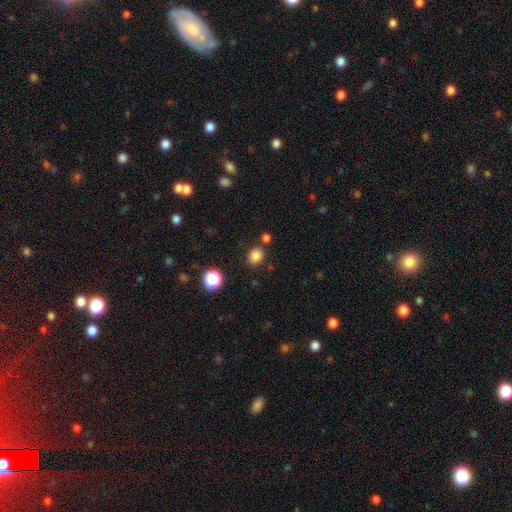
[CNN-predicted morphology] type=smooth (83%); roundness=round (68%); merging=none (81%).